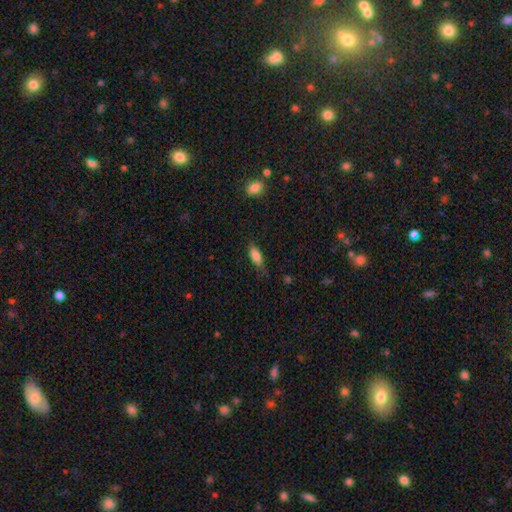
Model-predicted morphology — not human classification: Smooth or featured? Predicted: smooth (p=0.81). How rounded? Predicted: in between (p=0.72). Merging? Predicted: none (p=0.66).